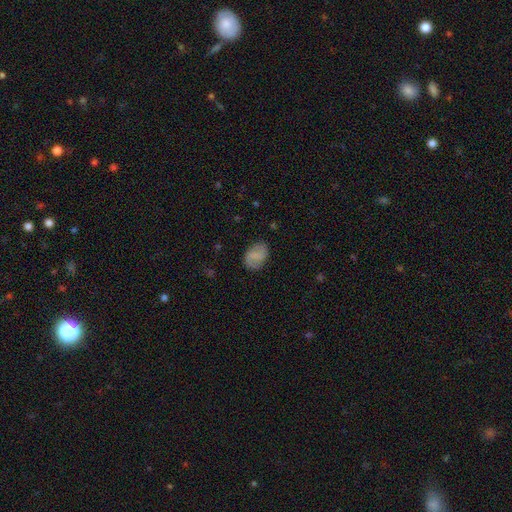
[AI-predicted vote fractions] smooth_or_featured: smooth (p=0.59) [alt: featured or disk p=0.32]
how_rounded: in between (p=0.80) [alt: round p=0.18]
merging: none (p=0.78) [alt: minor disturbance p=0.16]